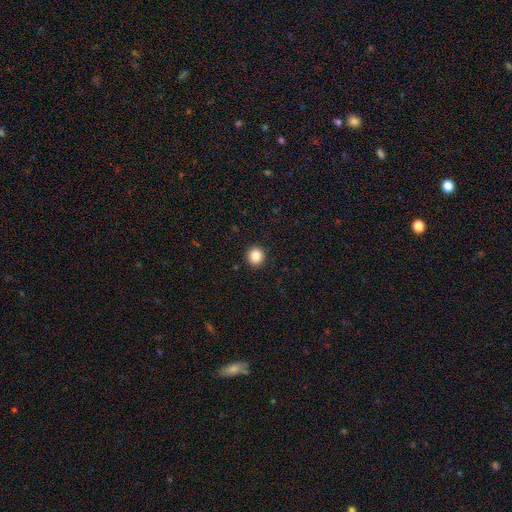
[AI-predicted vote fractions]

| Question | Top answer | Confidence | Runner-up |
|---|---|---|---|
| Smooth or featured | smooth | 86% | star or artifact (10%) |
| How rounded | round | 90% | in between (9%) |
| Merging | none | 93% | minor disturbance (5%) |